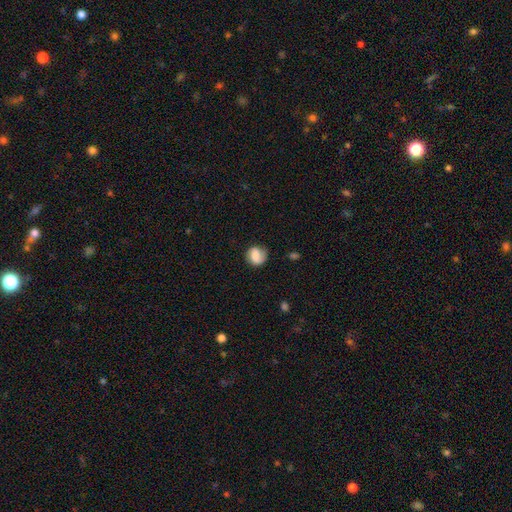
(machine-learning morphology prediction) type=smooth (69%); roundness=round (75%); merging=none (66%).